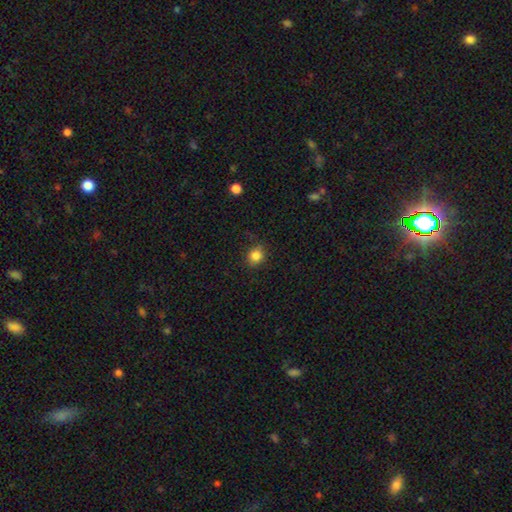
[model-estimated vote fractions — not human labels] smooth_or_featured: smooth (p=0.84) [alt: star or artifact p=0.12]
how_rounded: round (p=0.81) [alt: in between p=0.18]
merging: none (p=0.82) [alt: minor disturbance p=0.13]